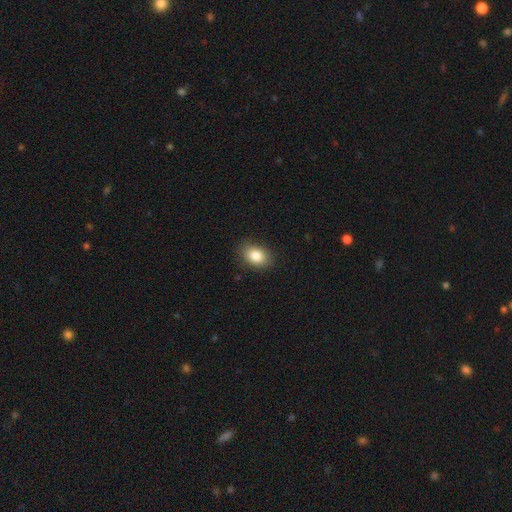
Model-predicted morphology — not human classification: smooth 85%, star or artifact 9%, featured or disk 7%. Down the decision tree: how rounded — in between (77%); merging — none (86%).